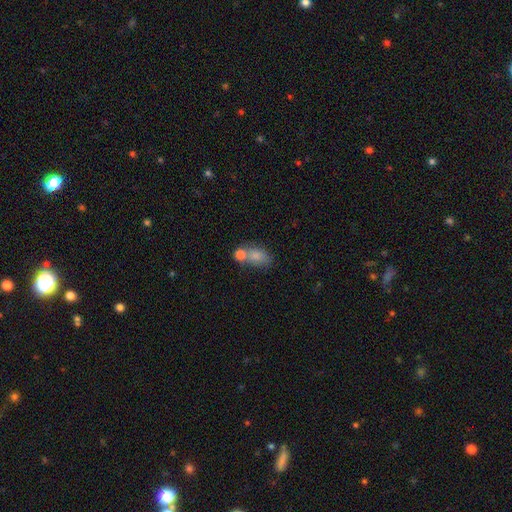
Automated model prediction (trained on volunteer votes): Q: Smooth or featured?
A: smooth (78%); runner-up: featured or disk (12%)
Q: How rounded?
A: in between (78%); runner-up: round (19%)
Q: Merging?
A: merger (41%); runner-up: none (38%)